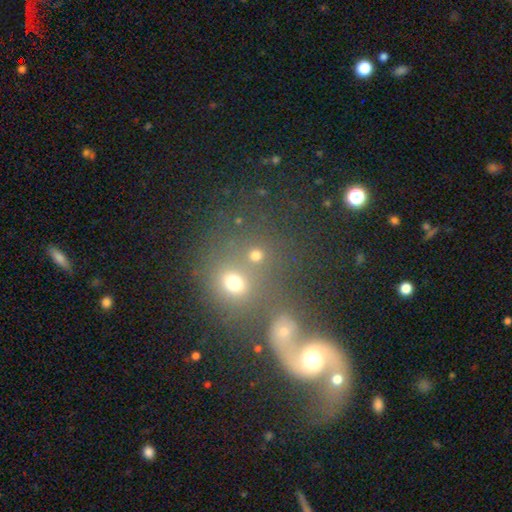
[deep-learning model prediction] A smooth galaxy with no disk features (64%) that is round (76%). Merging: none (49%).